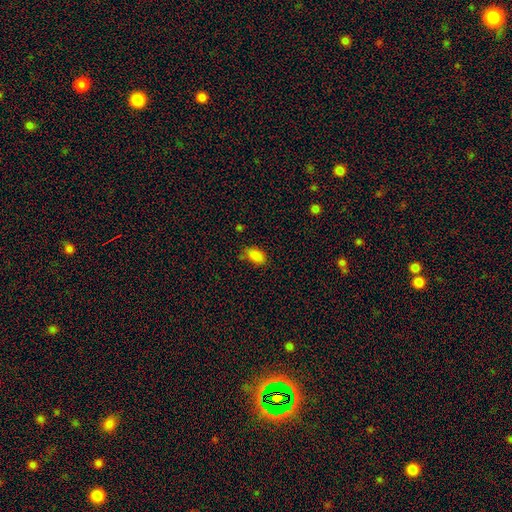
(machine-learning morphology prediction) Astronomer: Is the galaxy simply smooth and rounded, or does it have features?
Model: smooth — 86%.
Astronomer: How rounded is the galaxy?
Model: in between — 91%.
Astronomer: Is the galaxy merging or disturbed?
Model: none — 69%.